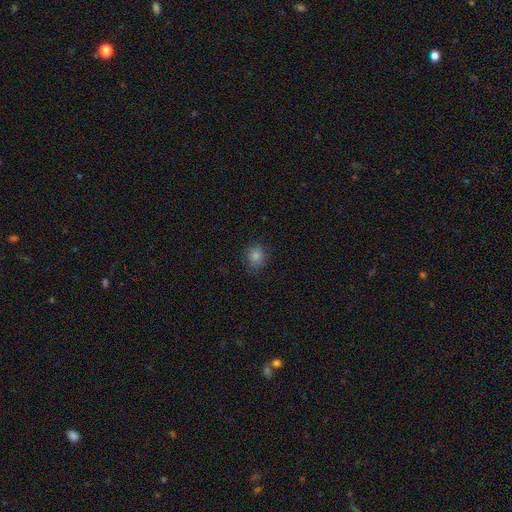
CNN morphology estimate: Smooth or featured?
  - smooth: 80% *
  - star or artifact: 14%
  - featured or disk: 6%
How rounded?
  - round: 81% *
  - in between: 18%
  - cigar-shaped: 1%
Merging?
  - none: 85% *
  - minor disturbance: 11%
  - major disturbance: 3%
  - merger: 1%